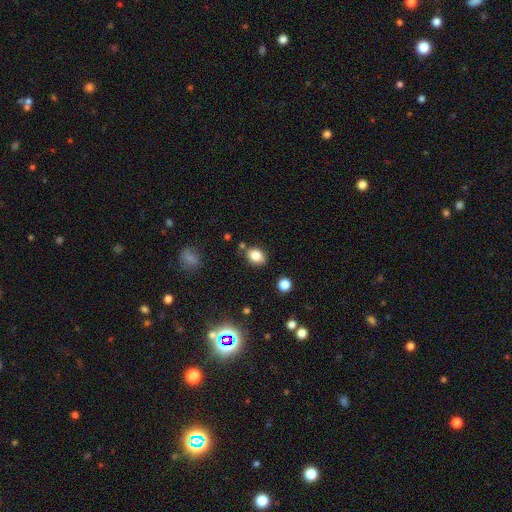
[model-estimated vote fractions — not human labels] Smooth or featured? smooth (82%)
How rounded? in between (68%)
Merging? none (79%)